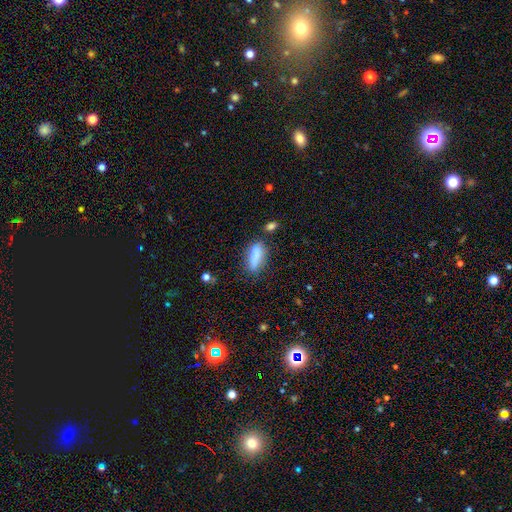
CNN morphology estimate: Smooth or featured: smooth — 80% (featured or disk — 12%)
How rounded: in between — 60% (cigar-shaped — 37%)
Merging: none — 65% (minor disturbance — 20%)